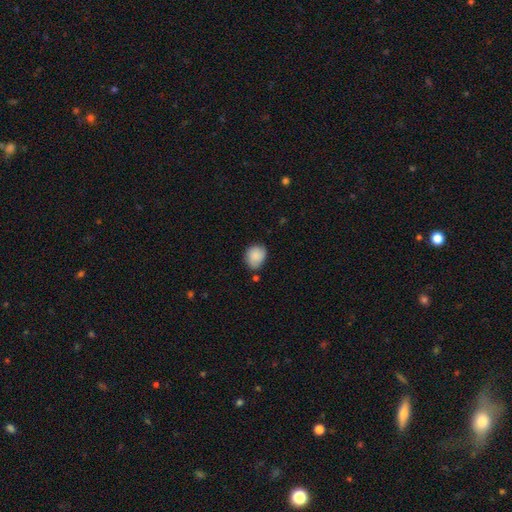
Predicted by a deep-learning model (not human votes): Smooth or featured: smooth — 88% (star or artifact — 7%)
How rounded: round — 55% (in between — 44%)
Merging: none — 67% (minor disturbance — 24%)